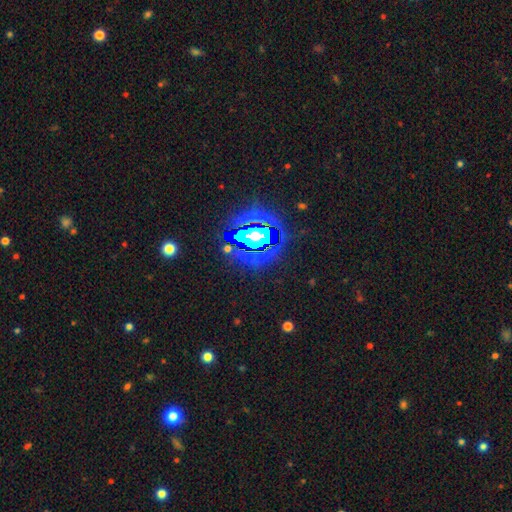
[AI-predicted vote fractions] Q: Smooth or featured?
A: star or artifact (84%); runner-up: smooth (9%)